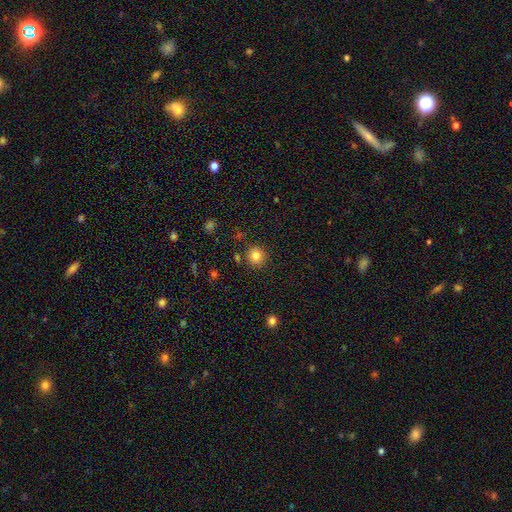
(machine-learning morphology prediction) A smooth galaxy with no disk features (83%) that is round (92%). Merging: none (87%).